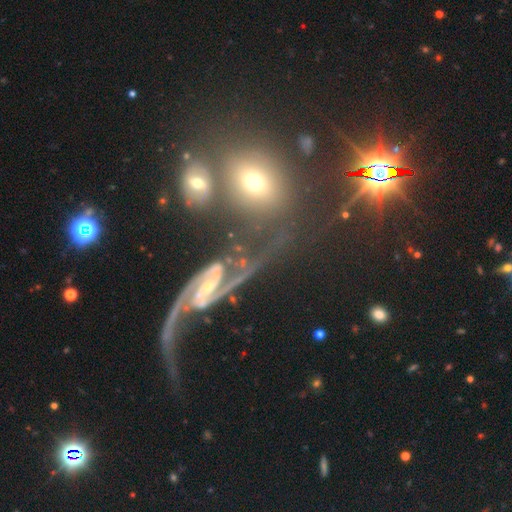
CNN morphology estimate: Overall: featured or disk (72%). Edge-on disk: no (89%). Bar: no (41%; weak 36%). Spiral arms: yes (87%). Spiral arm count: 2 (82%). Spiral winding: loose (79%). Bulge size: small (54%; moderate 31%). Merging: none (34%; merger 31%).